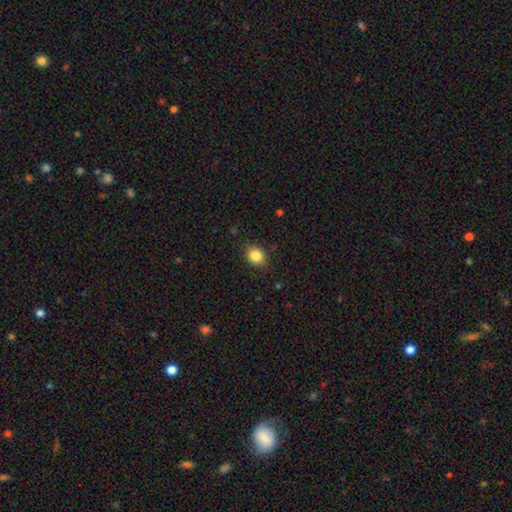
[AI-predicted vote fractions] smooth 86%, star or artifact 10%, featured or disk 5%. Down the decision tree: how rounded — round (52%); merging — none (87%).